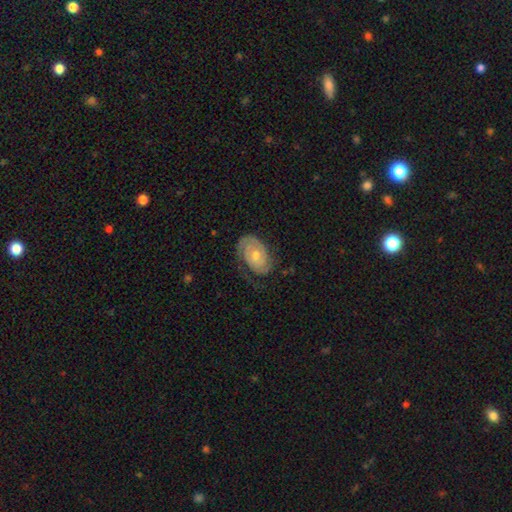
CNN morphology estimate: A featured or disk galaxy (79%) with no bar (78%), 2 (61%) tight (67%) spiral arms (92%) and a moderate central bulge (60%). Merging: none (68%).